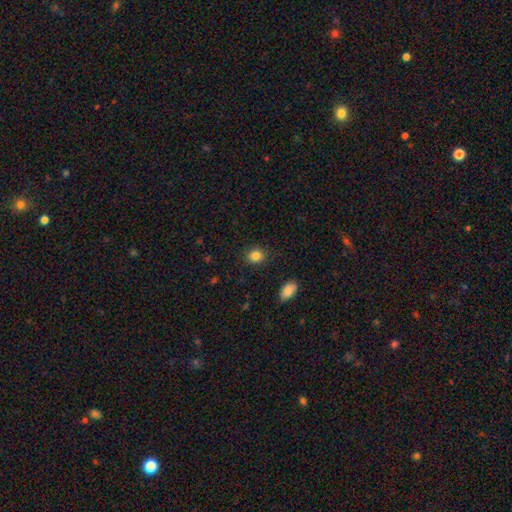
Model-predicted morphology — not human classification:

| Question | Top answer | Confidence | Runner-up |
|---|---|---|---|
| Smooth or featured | smooth | 85% | star or artifact (10%) |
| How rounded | round | 62% | in between (37%) |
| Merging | none | 87% | minor disturbance (9%) |